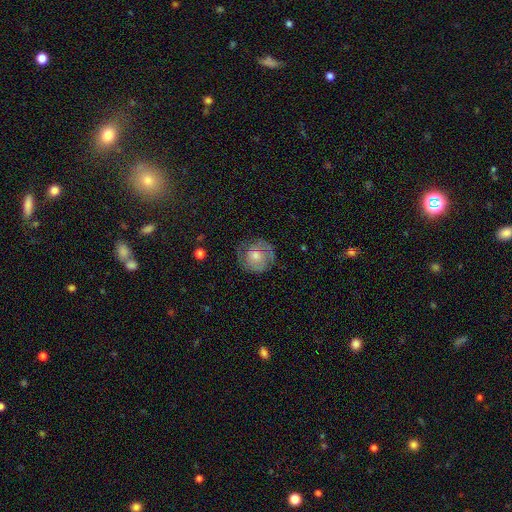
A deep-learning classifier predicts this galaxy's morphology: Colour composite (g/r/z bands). It shows a featured or disk galaxy (55%) with no bar (77%), spiral arms (72%) and a moderate central bulge (64%). Merging: none (74%).